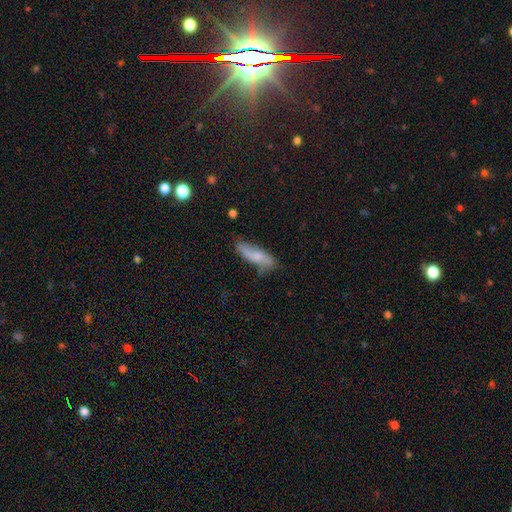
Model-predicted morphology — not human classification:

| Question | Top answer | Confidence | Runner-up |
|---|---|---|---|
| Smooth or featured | smooth | 62% | featured or disk (31%) |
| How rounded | in between | 49% | cigar-shaped (48%) |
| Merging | none | 61% | minor disturbance (27%) |